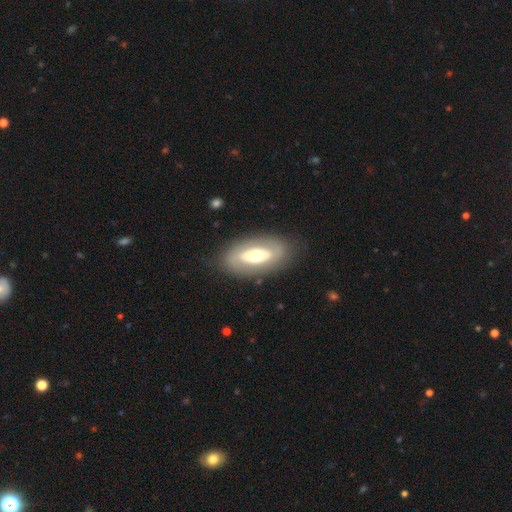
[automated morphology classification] Smooth or featured?
  - featured or disk: 54% *
  - smooth: 40%
  - star or artifact: 6%
Edge-on disk?
  - no: 86% *
  - yes: 14%
Merging?
  - none: 81% *
  - minor disturbance: 12%
  - major disturbance: 6%
  - merger: 1%